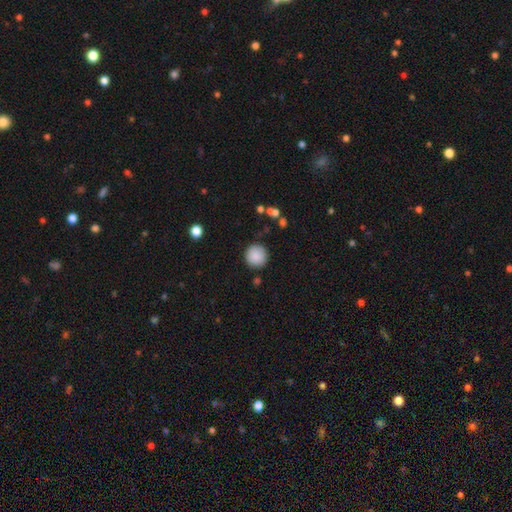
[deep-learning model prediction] Smooth or featured? Predicted: smooth (p=0.88). How rounded? Predicted: round (p=0.95). Merging? Predicted: none (p=0.87).